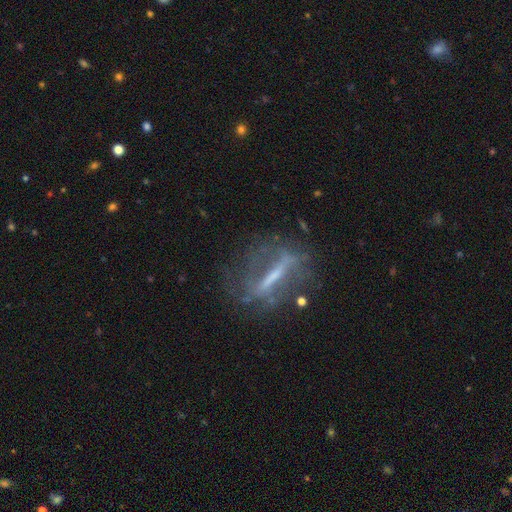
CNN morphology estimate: A featured or disk galaxy (72%). Merging: none (69%).